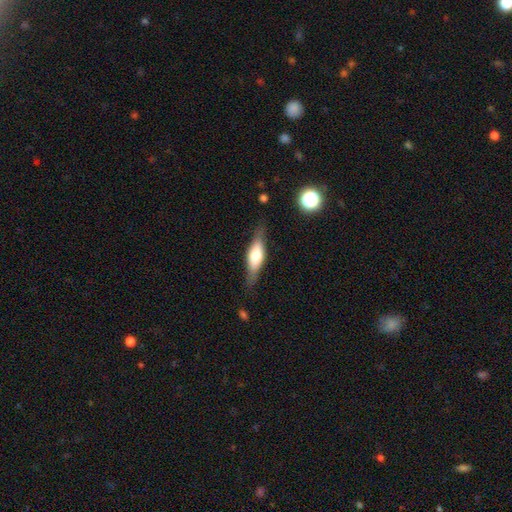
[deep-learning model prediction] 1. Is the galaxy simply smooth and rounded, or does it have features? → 47% smooth (tied), 47% featured or disk (tied), 6% star or artifact.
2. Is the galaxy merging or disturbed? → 78% none, 16% minor disturbance, 5% major disturbance, 2% merger.